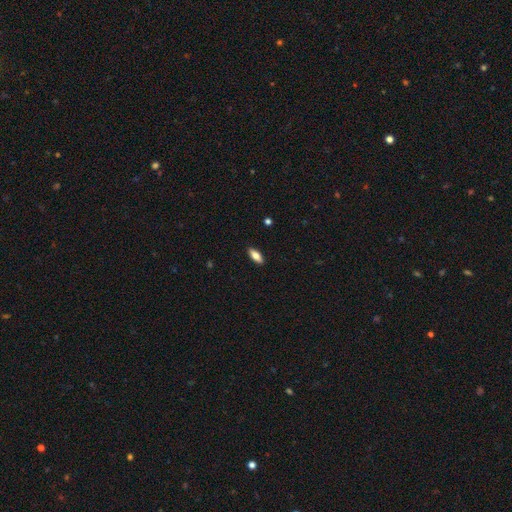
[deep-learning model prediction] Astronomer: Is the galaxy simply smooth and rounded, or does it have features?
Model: smooth — 76%.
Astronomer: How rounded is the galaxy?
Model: in between — 76%.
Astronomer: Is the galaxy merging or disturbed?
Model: none — 90%.